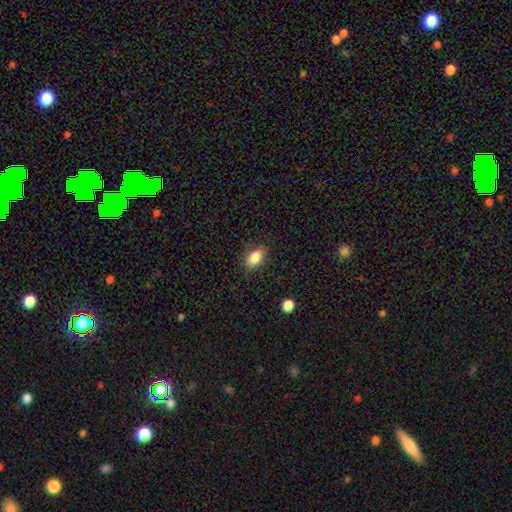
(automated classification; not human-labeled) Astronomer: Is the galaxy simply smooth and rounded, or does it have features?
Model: smooth — 87%.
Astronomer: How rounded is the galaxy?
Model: in between — 90%.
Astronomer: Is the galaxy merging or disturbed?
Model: none — 86%.